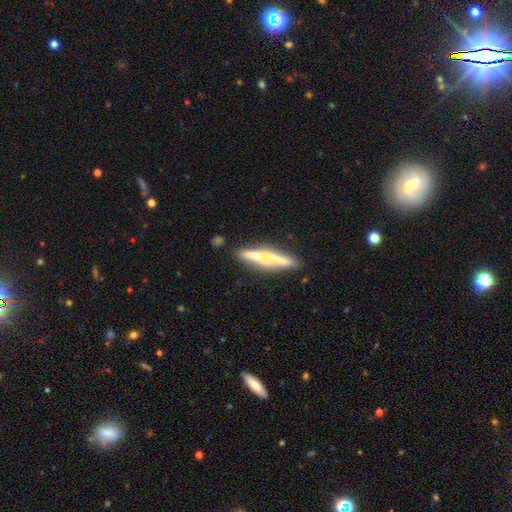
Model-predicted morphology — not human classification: featured or disk 55%, smooth 39%, star or artifact 6%. Down the decision tree: edge-on disk — yes (95%); edge-on bulge — rounded (51%); merging — none (83%).